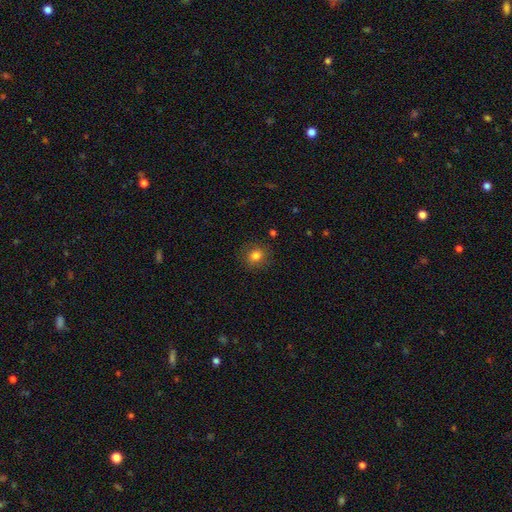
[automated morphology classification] type=smooth (80%); roundness=round (83%); merging=none (86%).